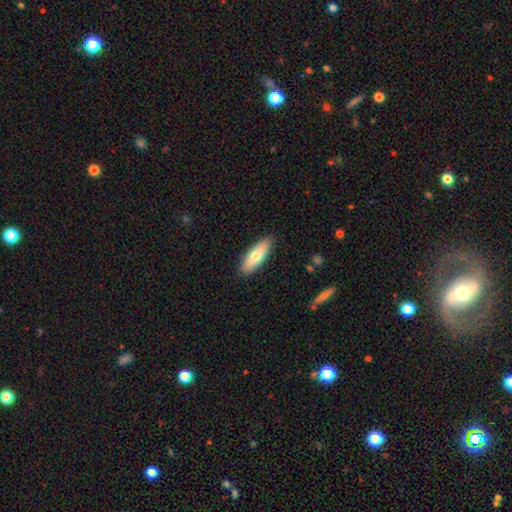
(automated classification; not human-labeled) Overall: smooth (72%). How rounded: in between (56%; cigar-shaped 41%). Merging: none (89%).